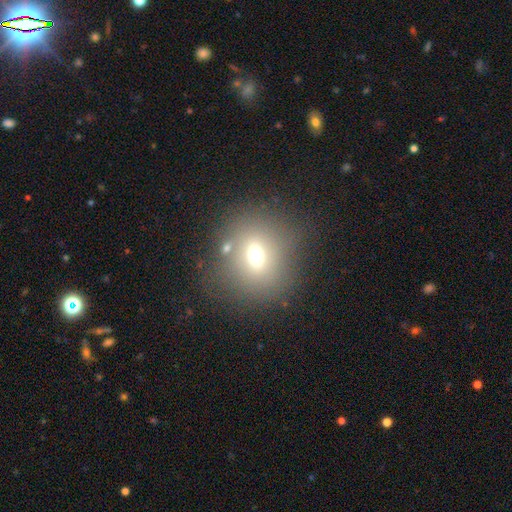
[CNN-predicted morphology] type=smooth (62%); roundness=round (73%); merging=none (76%).